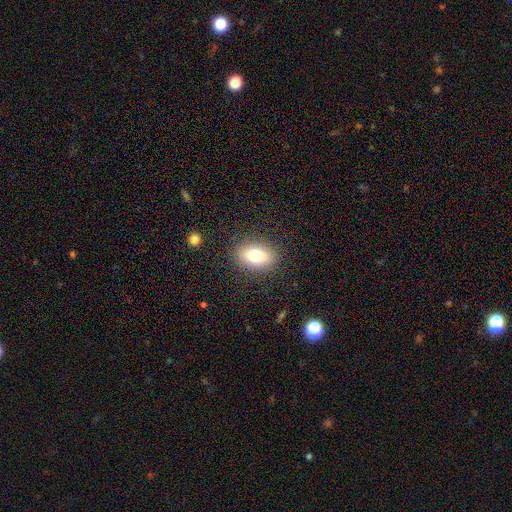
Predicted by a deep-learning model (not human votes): A smooth galaxy with no disk features (76%) that is in between round and cigar-shaped (83%). Merging: none (86%).